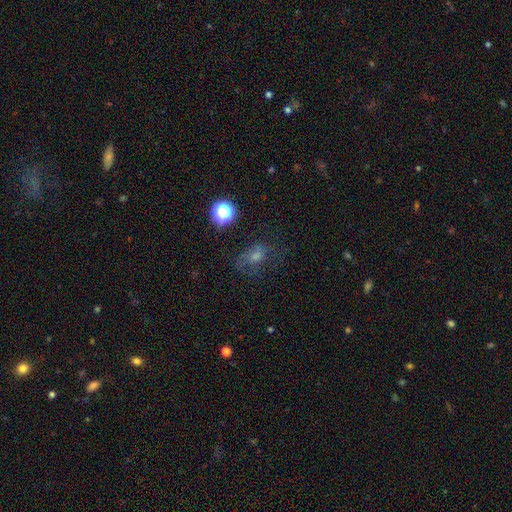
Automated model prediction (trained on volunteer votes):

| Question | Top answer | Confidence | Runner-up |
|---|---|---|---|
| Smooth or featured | smooth | 39% | featured or disk (32%) |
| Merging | none | 57% | minor disturbance (21%) |